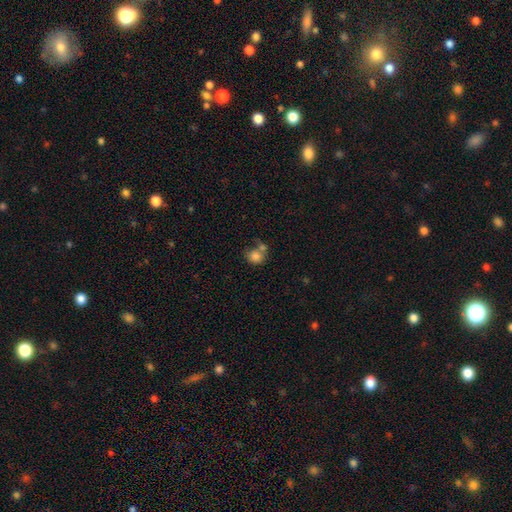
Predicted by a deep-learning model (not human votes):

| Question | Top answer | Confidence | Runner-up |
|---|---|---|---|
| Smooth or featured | smooth | 79% | featured or disk (11%) |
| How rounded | round | 73% | in between (26%) |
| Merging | merger | 43% | none (37%) |